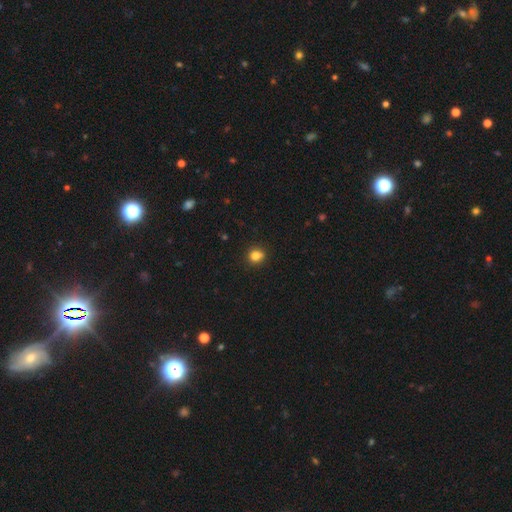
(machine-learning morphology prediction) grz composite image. It shows a smooth galaxy with no disk features (82%) that is round (79%). Merging: none (84%).